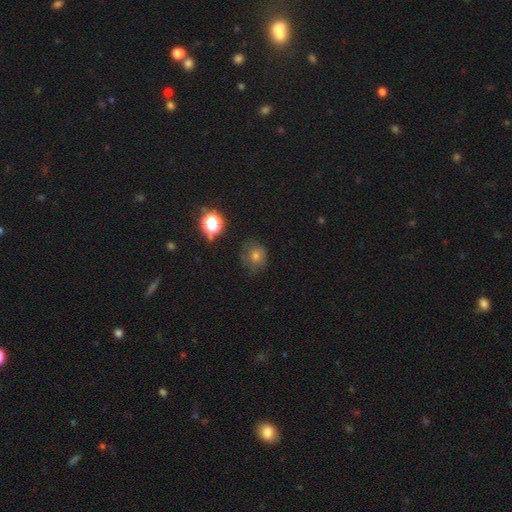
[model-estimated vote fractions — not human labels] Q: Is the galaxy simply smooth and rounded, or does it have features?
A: smooth — 58%.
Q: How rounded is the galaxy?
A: round — 80%.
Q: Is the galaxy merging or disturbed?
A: none — 70%.